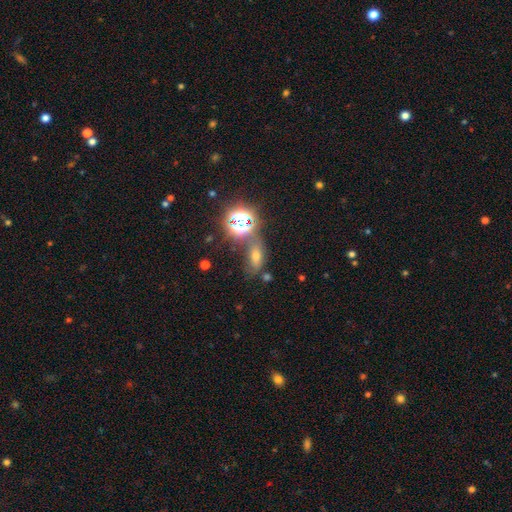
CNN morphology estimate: Smooth or featured: smooth — 45% (star or artifact — 39%)
Merging: none — 64% (minor disturbance — 16%)